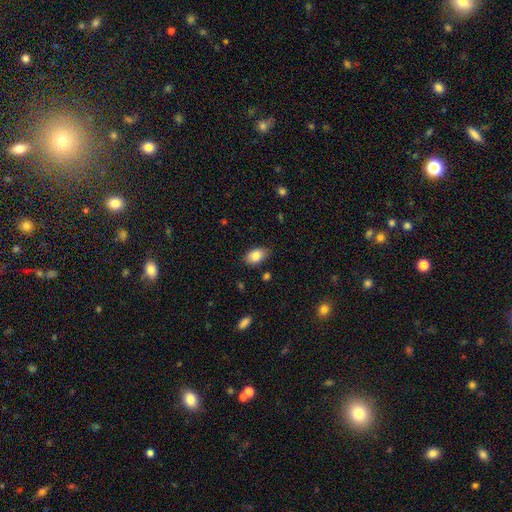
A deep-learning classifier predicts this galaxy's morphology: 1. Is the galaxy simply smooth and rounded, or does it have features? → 84% smooth, 9% featured or disk, 8% star or artifact.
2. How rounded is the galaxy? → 89% in between, 9% round, 1% cigar-shaped.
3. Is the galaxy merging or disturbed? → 81% none, 15% minor disturbance, 2% major disturbance, 1% merger.